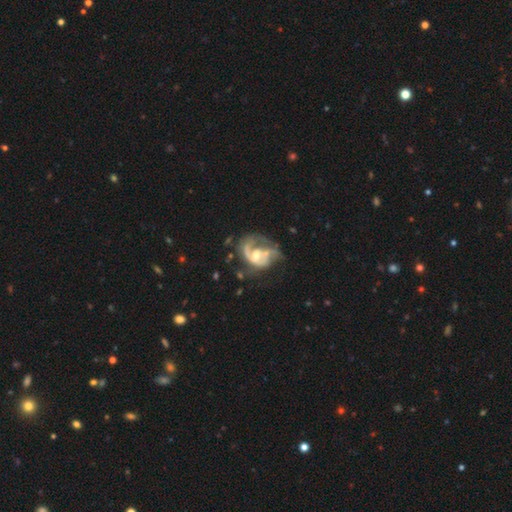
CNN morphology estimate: Smooth or featured?
  - featured or disk: 79% *
  - smooth: 15%
  - star or artifact: 6%
Edge-on disk?
  - no: 98% *
  - yes: 2%
Bar?
  - no: 57% *
  - weak: 35%
  - strong: 8%
Spiral arms?
  - yes: 80% *
  - no: 20%
Spiral winding?
  - medium: 41% *
  - loose: 33%
  - tight: 26%
Spiral arm count?
  - 1: 36% *
  - 2: 35%
  - can't tell: 18%
  - 3: 7%
  - 4: 2%
  - more than 4: 2%
Bulge size?
  - moderate: 61% *
  - small: 27%
  - large: 8%
  - none: 4%
  - dominant: 1%
Merging?
  - major disturbance: 40% *
  - none: 30%
  - minor disturbance: 19%
  - merger: 11%